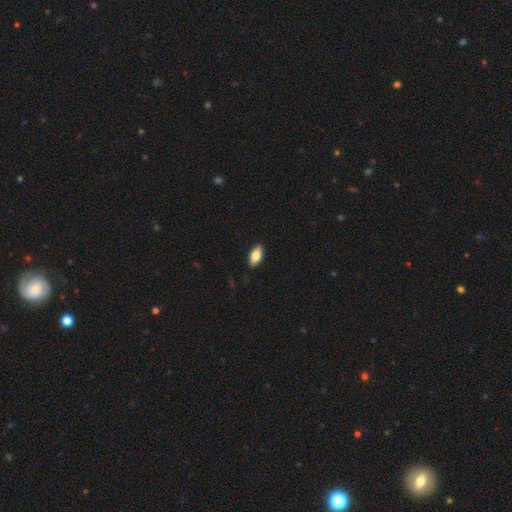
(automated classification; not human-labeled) Smooth or featured? Predicted: smooth (p=0.74). How rounded? Predicted: in between (p=0.87). Merging? Predicted: none (p=0.88).